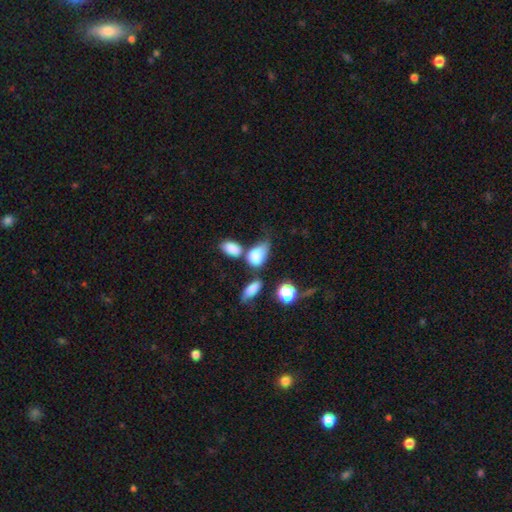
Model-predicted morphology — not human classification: Q: Smooth or featured?
A: smooth (80%); runner-up: featured or disk (11%)
Q: How rounded?
A: in between (84%); runner-up: round (13%)
Q: Merging?
A: merger (37%); runner-up: none (28%)